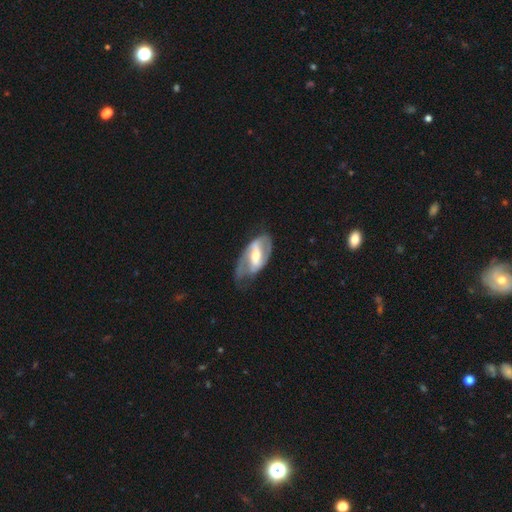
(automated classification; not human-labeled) featured or disk 79%, smooth 17%, star or artifact 5%. Down the decision tree: edge-on disk — no (93%); bar — strong (59%); spiral arms — yes (82%); spiral arm count — 2 (80%); spiral winding — medium (46%); bulge size — moderate (59%); merging — none (52%).